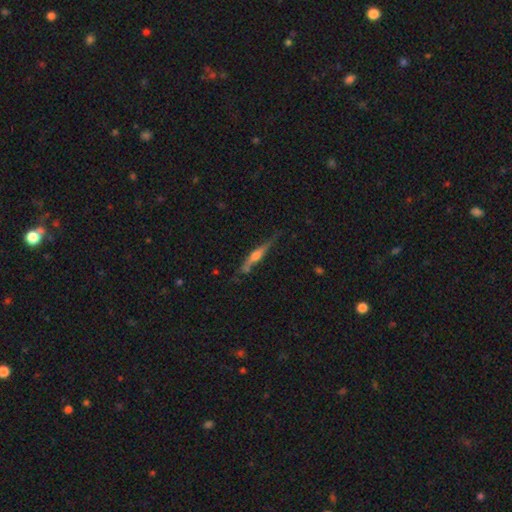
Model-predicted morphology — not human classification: A featured or disk galaxy (65%) viewed edge-on (94%) with a rounded central bulge (79%). Merging: none (69%).